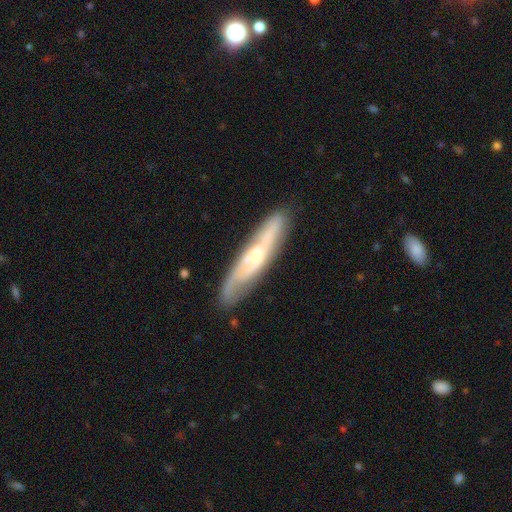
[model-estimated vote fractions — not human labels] Overall: featured or disk (65%; smooth 29%). Edge-on disk: no (53%; yes 47%). Merging: none (76%).